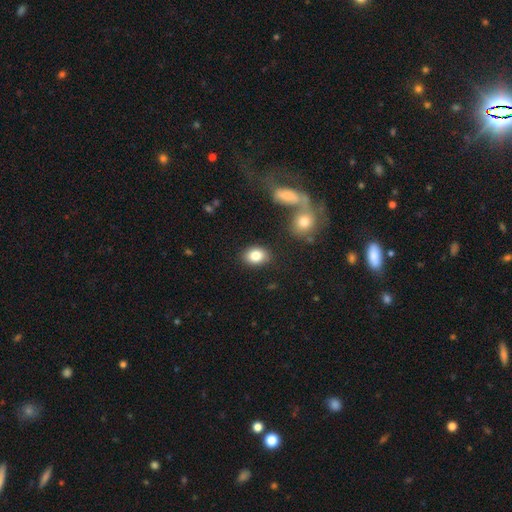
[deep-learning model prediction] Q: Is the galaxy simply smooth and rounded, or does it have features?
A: smooth — 83%.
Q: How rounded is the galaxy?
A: in between — 70%.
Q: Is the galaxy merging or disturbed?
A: none — 85%.